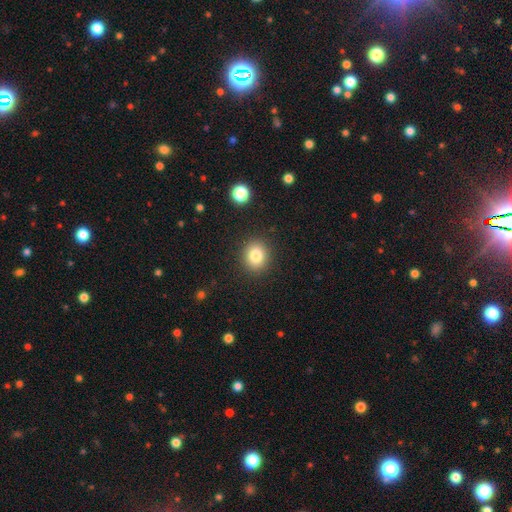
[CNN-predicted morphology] The model was most divided on "how rounded": round: 78%, in between: 21%, cigar-shaped: 1%. More confident: merging — none (90%); smooth or featured — smooth (82%).